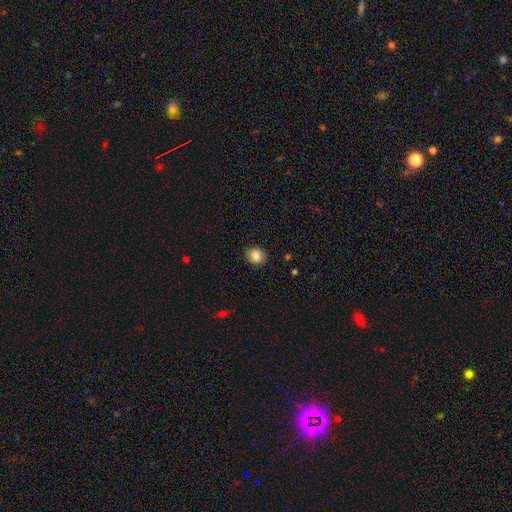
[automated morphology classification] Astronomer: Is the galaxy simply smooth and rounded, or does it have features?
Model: smooth — 84%.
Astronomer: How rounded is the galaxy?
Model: round — 70%.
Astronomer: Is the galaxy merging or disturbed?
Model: none — 88%.